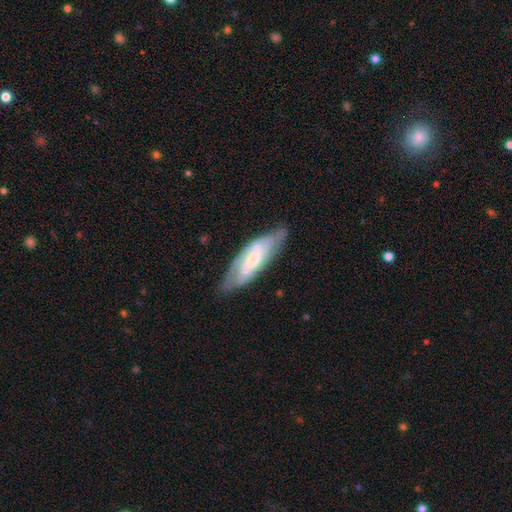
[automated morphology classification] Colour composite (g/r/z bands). It shows a featured or disk galaxy (64%). Merging: none (72%).